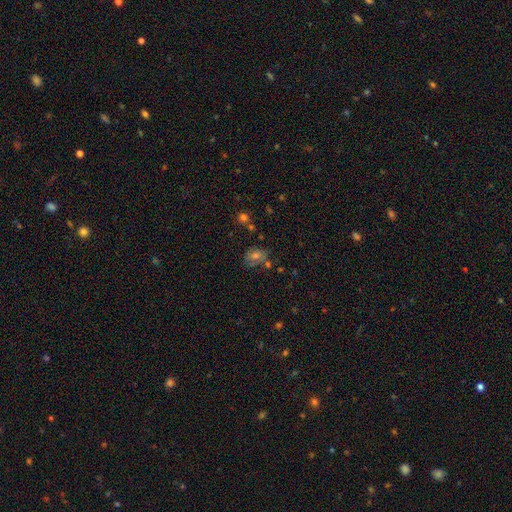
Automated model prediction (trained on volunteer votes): Smooth or featured?
  - smooth: 46% *
  - featured or disk: 28%
  - star or artifact: 27%
Merging?
  - none: 62% *
  - minor disturbance: 20%
  - major disturbance: 9%
  - merger: 9%